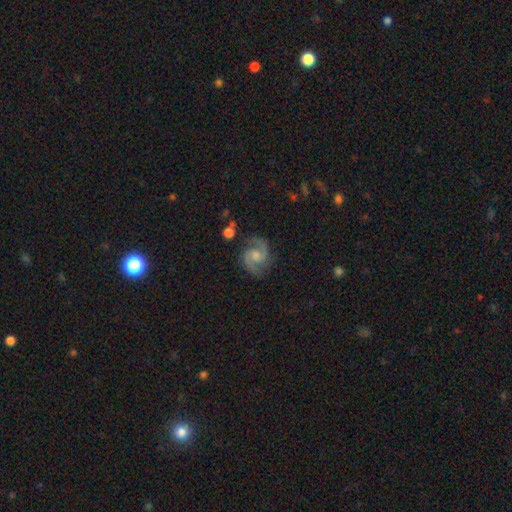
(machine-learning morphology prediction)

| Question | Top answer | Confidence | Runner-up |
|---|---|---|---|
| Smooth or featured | featured or disk | 89% | smooth (6%) |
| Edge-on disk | no | 98% | yes (2%) |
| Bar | no | 54% | weak (40%) |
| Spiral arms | yes | 98% | no (2%) |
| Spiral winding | medium | 59% | tight (27%) |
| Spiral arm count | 2 | 92% | can't tell (2%) |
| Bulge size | moderate | 43% | small (32%) |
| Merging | none | 79% | minor disturbance (14%) |